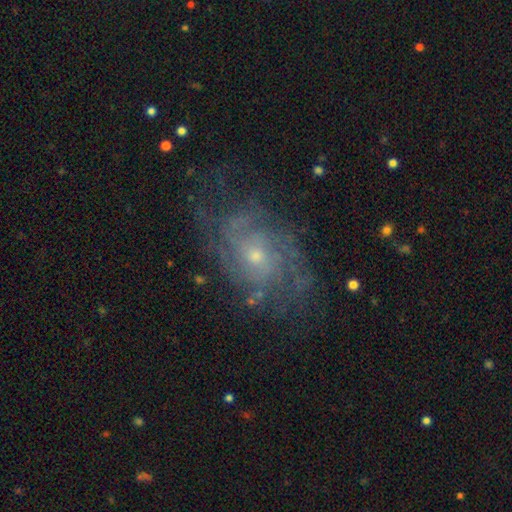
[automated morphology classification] Smooth or featured: featured or disk — 80% (smooth — 10%)
Edge-on disk: no — 96% (yes — 4%)
Bar: no — 77% (weak — 20%)
Spiral arms: yes — 91% (no — 9%)
Spiral winding: tight — 53% (medium — 35%)
Spiral arm count: can't tell — 42% (2 — 19%)
Bulge size: small — 63% (moderate — 33%)
Merging: none — 70% (minor disturbance — 18%)